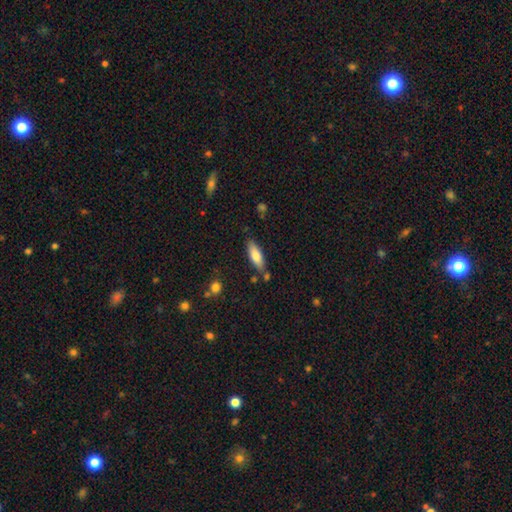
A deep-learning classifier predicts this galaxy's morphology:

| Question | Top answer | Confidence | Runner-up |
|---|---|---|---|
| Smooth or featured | smooth | 75% | featured or disk (19%) |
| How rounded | in between | 56% | cigar-shaped (42%) |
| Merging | none | 78% | minor disturbance (14%) |